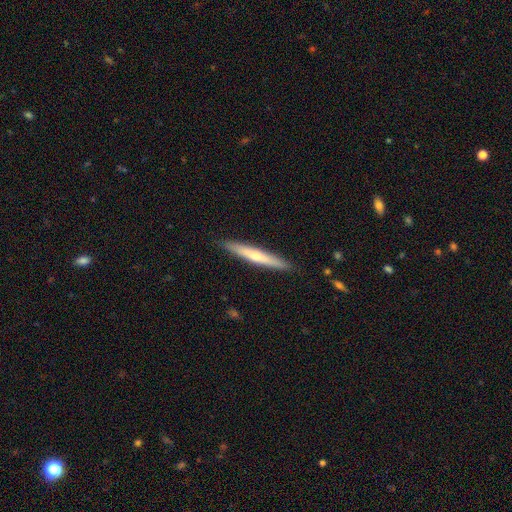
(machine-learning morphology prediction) smooth-or-featured: smooth: 48% | featured or disk: 47% | star or artifact: 5%
  merging: none: 91% | minor disturbance: 7% | major disturbance: 1% | merger: 1%